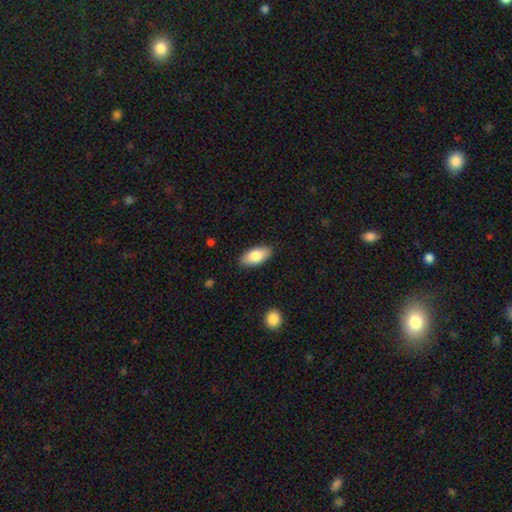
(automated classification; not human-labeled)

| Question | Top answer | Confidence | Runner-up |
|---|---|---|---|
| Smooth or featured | smooth | 82% | featured or disk (12%) |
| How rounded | in between | 91% | cigar-shaped (7%) |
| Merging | none | 88% | minor disturbance (9%) |